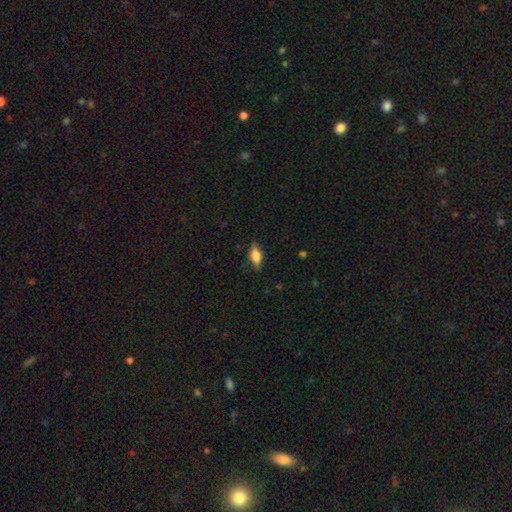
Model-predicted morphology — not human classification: smooth-or-featured: smooth: 62% | featured or disk: 30% | star or artifact: 8%
  how-rounded: in between: 79% | cigar-shaped: 16% | round: 5%
  merging: none: 81% | minor disturbance: 15% | major disturbance: 3% | merger: 1%